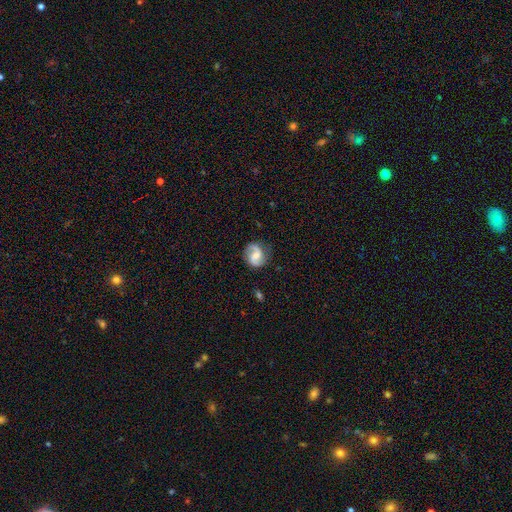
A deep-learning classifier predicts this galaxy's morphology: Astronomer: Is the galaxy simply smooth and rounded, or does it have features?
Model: featured or disk — 73%.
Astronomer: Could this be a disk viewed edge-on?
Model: no — 98%.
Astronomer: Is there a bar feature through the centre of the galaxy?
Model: weak — 47% (runner-up: no, 38%).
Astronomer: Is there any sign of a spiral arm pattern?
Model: yes — 94%.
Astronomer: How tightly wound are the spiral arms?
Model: medium — 44% (runner-up: loose, 39%).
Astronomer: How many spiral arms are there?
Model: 2 — 85%.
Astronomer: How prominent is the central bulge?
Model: moderate — 39% (runner-up: small, 31%).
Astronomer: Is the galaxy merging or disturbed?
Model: none — 76%.